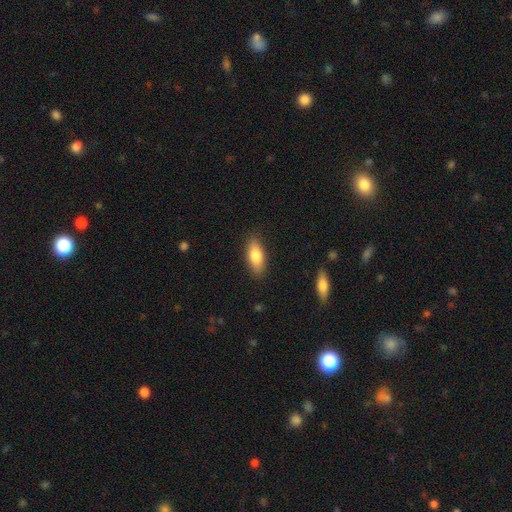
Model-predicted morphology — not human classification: This is likely a smooth galaxy (80%). How rounded: likely in between (77%). Merging: clearly none (87%).